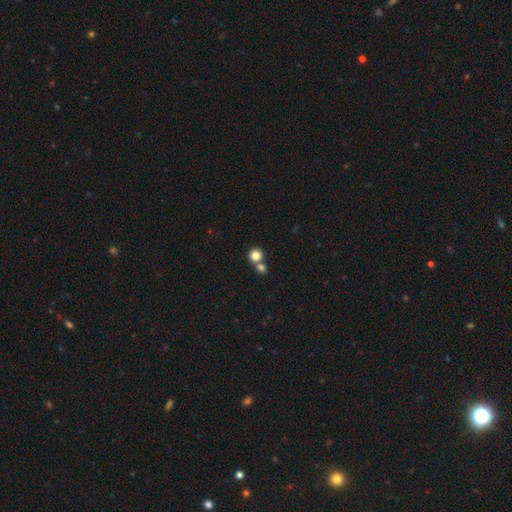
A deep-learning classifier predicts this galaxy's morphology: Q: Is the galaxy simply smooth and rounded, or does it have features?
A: smooth — 83%.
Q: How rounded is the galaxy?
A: round — 88%.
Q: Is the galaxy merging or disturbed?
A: none — 52%.